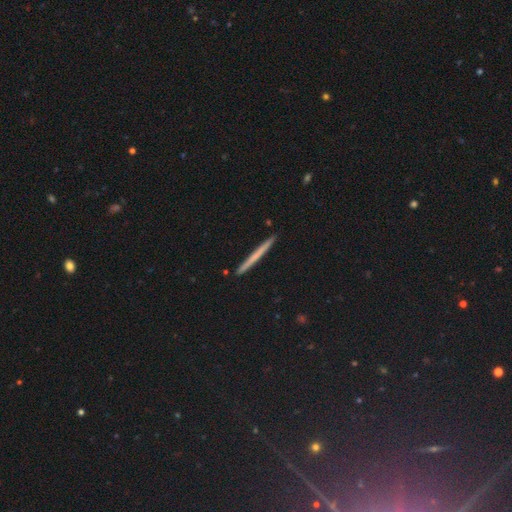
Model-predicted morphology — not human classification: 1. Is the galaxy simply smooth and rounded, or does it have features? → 55% smooth, 39% featured or disk, 6% star or artifact.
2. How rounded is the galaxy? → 97% cigar-shaped, 1% in between, 1% round.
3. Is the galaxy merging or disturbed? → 93% none, 5% minor disturbance, 1% merger, 1% major disturbance.